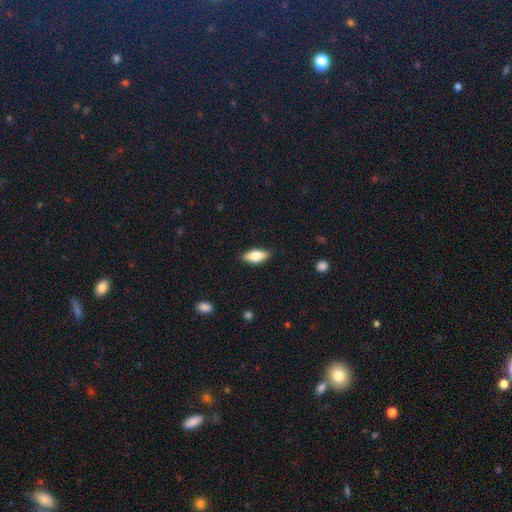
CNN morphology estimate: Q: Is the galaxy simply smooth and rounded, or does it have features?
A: smooth — 72%.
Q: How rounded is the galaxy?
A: in between — 78%.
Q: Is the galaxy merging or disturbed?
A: none — 86%.